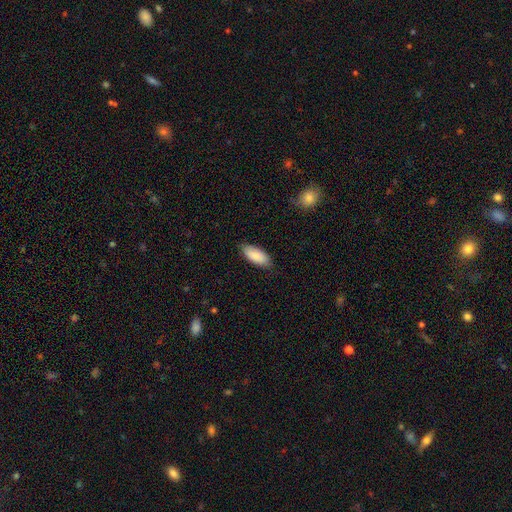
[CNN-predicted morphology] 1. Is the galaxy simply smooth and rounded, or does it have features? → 88% smooth, 6% featured or disk, 6% star or artifact.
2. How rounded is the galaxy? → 86% in between, 12% cigar-shaped, 2% round.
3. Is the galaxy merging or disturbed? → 83% none, 13% minor disturbance, 2% major disturbance, 1% merger.